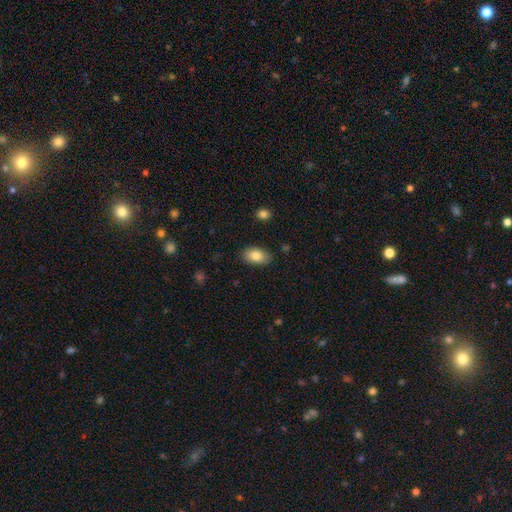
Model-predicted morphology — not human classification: Smooth or featured? smooth (84%)
How rounded? in between (92%)
Merging? none (86%)